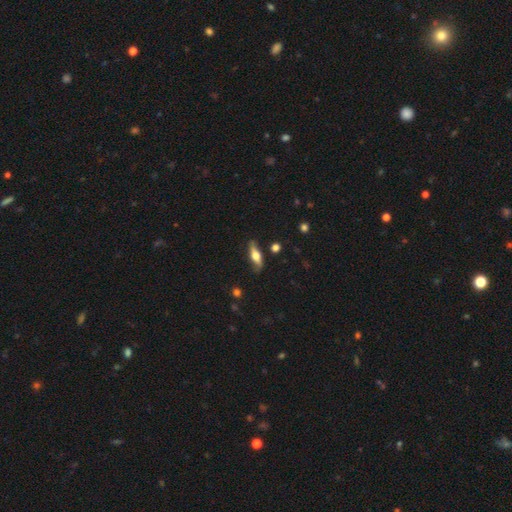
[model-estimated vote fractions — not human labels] Q: Smooth or featured?
A: featured or disk (50%); runner-up: smooth (43%)
Q: Edge-on disk?
A: yes (76%); runner-up: no (24%)
Q: Merging?
A: none (75%); runner-up: minor disturbance (19%)